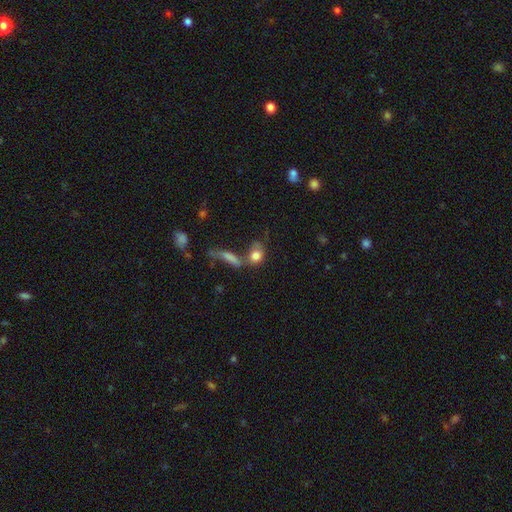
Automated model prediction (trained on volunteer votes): Q: Smooth or featured?
A: smooth (79%); runner-up: featured or disk (12%)
Q: How rounded?
A: in between (49%); runner-up: round (44%)
Q: Merging?
A: none (41%); runner-up: merger (31%)